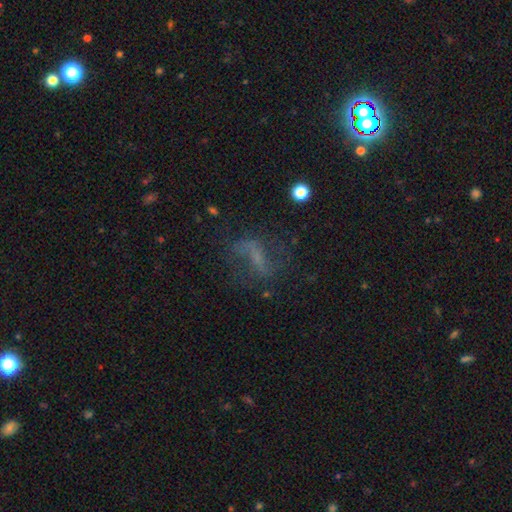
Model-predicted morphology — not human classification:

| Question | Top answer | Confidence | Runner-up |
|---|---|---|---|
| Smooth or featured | featured or disk | 53% | smooth (24%) |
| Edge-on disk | no | 92% | yes (8%) |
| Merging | none | 57% | major disturbance (22%) |